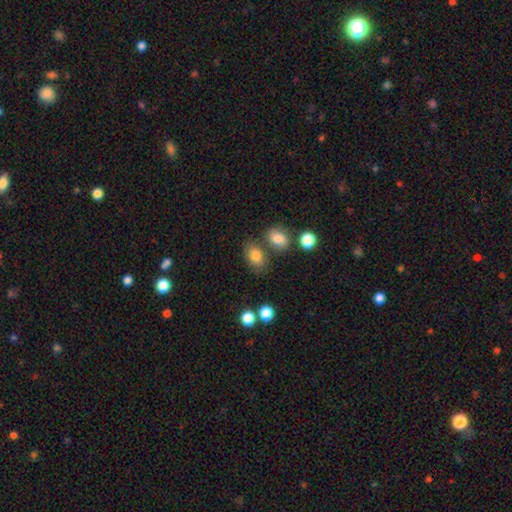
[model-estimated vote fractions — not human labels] A smooth galaxy with no disk features (81%) that is in between round and cigar-shaped (75%). Merging: none (67%).